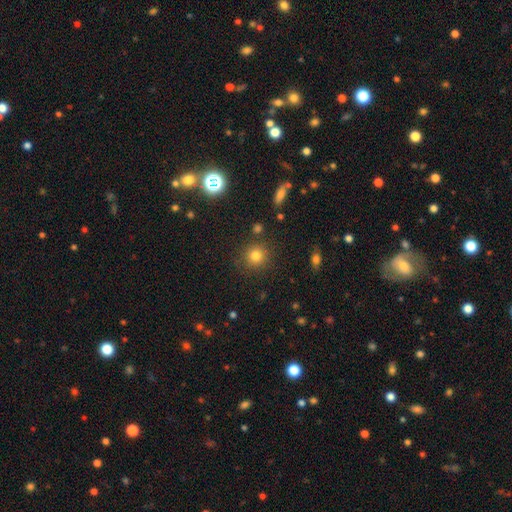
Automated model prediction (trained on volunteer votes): Q: Smooth or featured?
A: smooth (79%); runner-up: star or artifact (14%)
Q: How rounded?
A: round (91%); runner-up: in between (8%)
Q: Merging?
A: none (86%); runner-up: minor disturbance (8%)